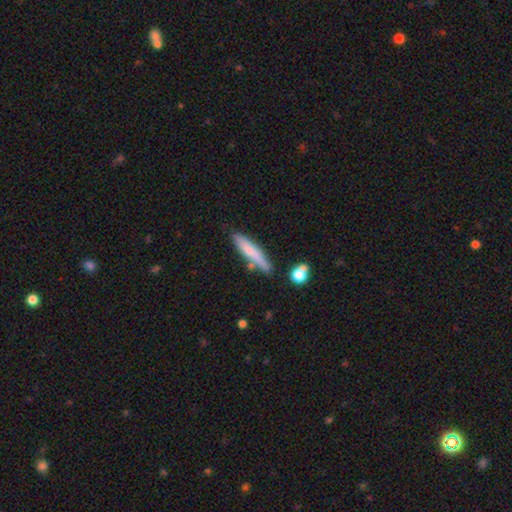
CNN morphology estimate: A smooth galaxy with no disk features (68%) that is cigar-shaped (87%). Merging: none (72%).